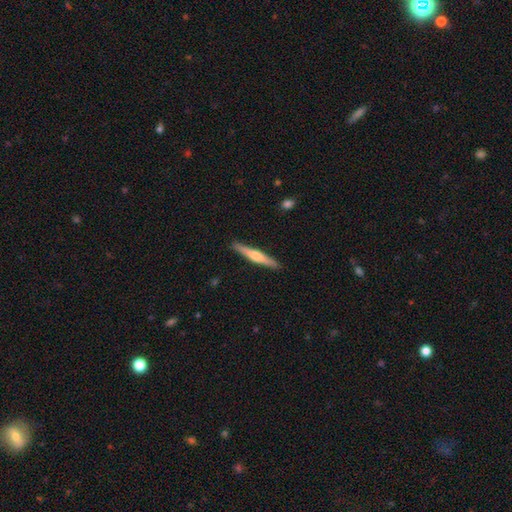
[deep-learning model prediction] Overall: featured or disk (59%; smooth 36%). Edge-on disk: yes (98%). Edge-on bulge: rounded (83%). Merging: none (91%).